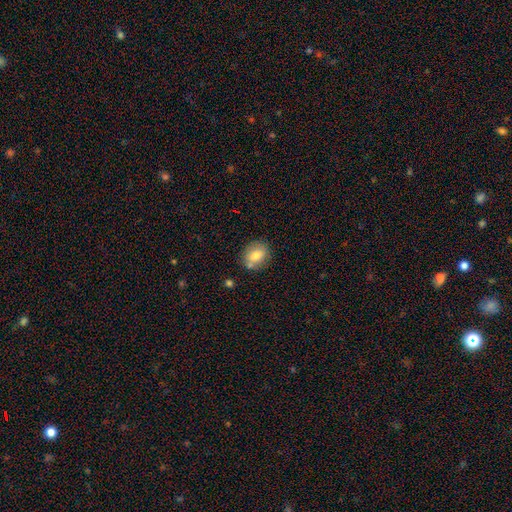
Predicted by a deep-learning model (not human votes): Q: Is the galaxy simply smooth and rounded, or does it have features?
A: smooth — 78%.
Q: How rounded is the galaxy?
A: in between — 53%.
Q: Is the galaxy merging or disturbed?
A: none — 72%.